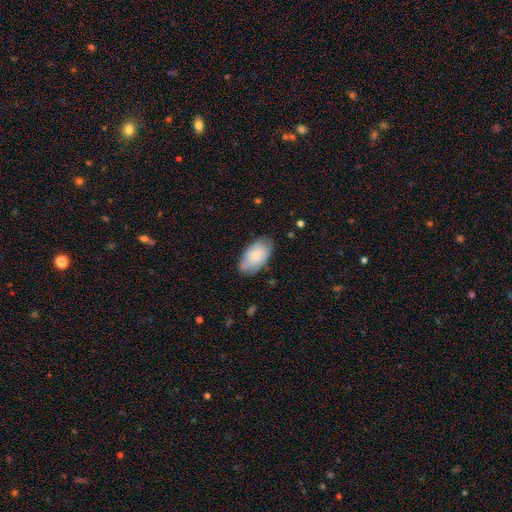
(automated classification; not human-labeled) Smooth or featured: smooth — 67% (featured or disk — 26%)
How rounded: in between — 94% (round — 4%)
Merging: none — 74% (minor disturbance — 21%)